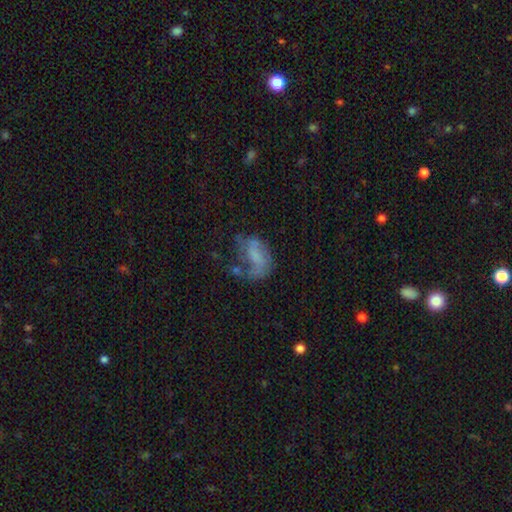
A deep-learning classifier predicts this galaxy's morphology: Q: Smooth or featured?
A: featured or disk (46%); runner-up: smooth (41%)
Q: Merging?
A: major disturbance (38%); runner-up: none (29%)